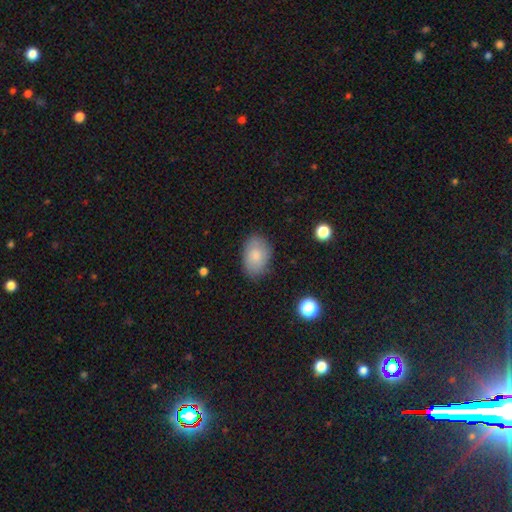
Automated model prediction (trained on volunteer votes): smooth_or_featured: smooth (p=0.77) [alt: featured or disk p=0.15]
how_rounded: in between (p=0.84) [alt: round p=0.14]
merging: none (p=0.78) [alt: minor disturbance p=0.17]